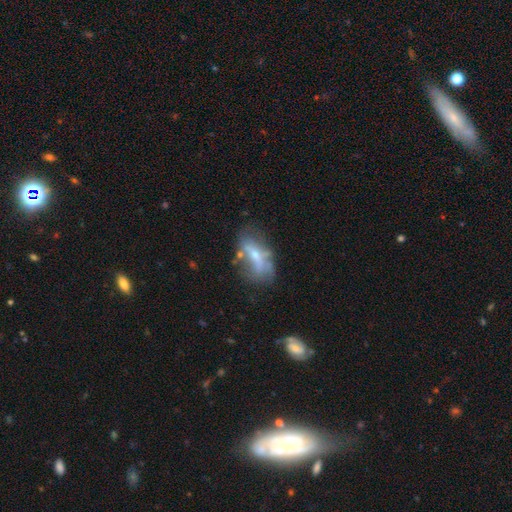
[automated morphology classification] A featured or disk galaxy (53%).

Vote fractions:
- Smooth or featured? featured or disk: 53% / smooth: 38% / star or artifact: 9%
- Edge-on disk? no: 80% / yes: 20%
- Merging? none: 46% / minor disturbance: 26% / major disturbance: 20% / merger: 8%